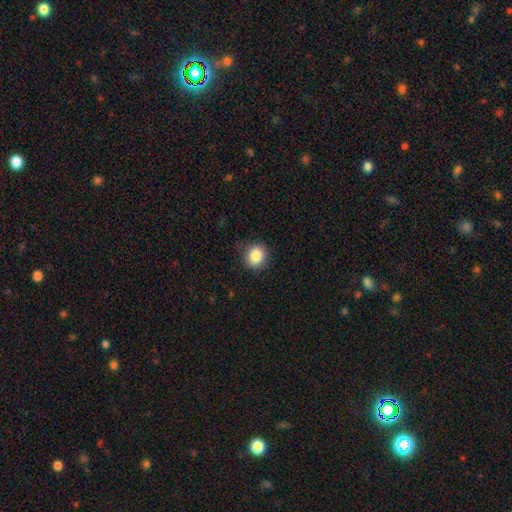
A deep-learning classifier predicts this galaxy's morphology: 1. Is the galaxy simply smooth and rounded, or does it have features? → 86% smooth, 9% star or artifact, 5% featured or disk.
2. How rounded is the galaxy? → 78% round, 21% in between, 1% cigar-shaped.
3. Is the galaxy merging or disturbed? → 83% none, 13% minor disturbance, 3% major disturbance, 1% merger.